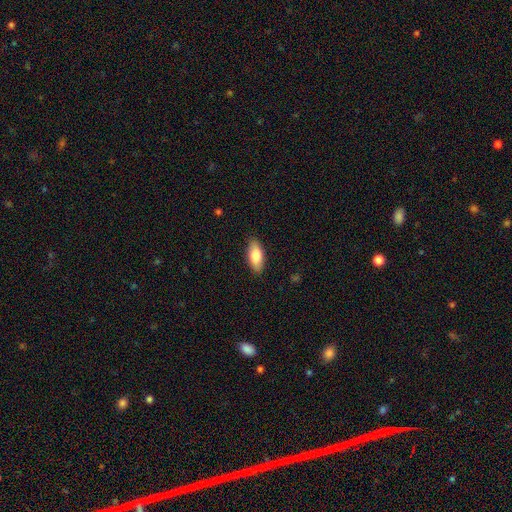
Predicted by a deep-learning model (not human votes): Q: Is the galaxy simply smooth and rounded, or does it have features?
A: smooth — 81%.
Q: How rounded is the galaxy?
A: in between — 86%.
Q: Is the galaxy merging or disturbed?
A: none — 87%.